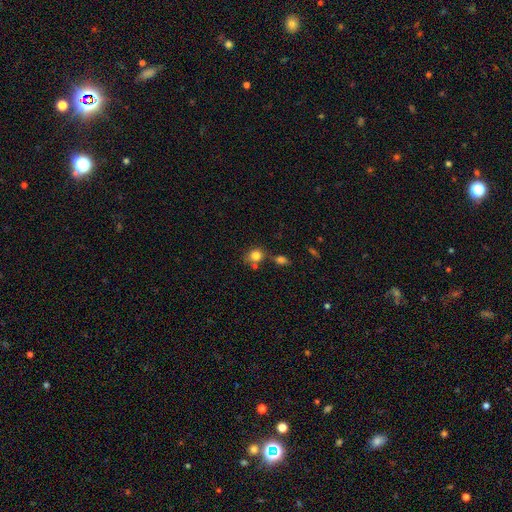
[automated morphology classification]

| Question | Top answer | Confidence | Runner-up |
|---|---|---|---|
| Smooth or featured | smooth | 81% | star or artifact (11%) |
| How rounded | round | 72% | in between (27%) |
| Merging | none | 61% | merger (20%) |